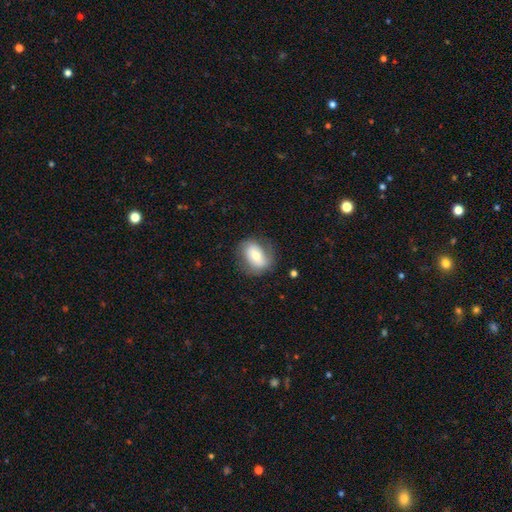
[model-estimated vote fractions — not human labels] Smooth or featured?
  - smooth: 55% *
  - featured or disk: 37%
  - star or artifact: 8%
How rounded?
  - in between: 68% *
  - round: 31%
  - cigar-shaped: 2%
Merging?
  - none: 72% *
  - minor disturbance: 19%
  - major disturbance: 8%
  - merger: 1%